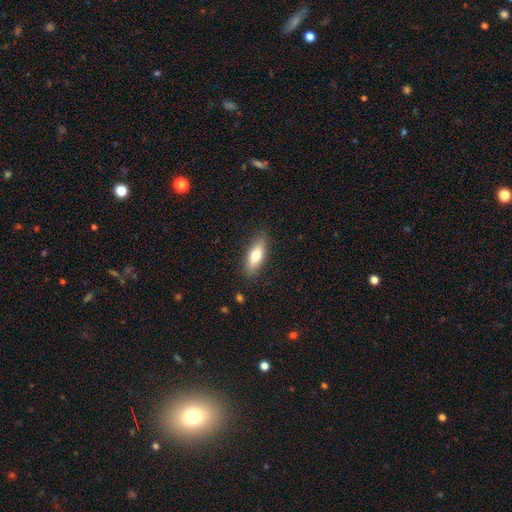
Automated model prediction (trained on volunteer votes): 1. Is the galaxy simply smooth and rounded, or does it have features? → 73% smooth, 21% featured or disk, 7% star or artifact.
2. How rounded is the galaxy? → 65% in between, 33% cigar-shaped, 3% round.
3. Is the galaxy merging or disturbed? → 85% none, 11% minor disturbance, 2% major disturbance, 1% merger.